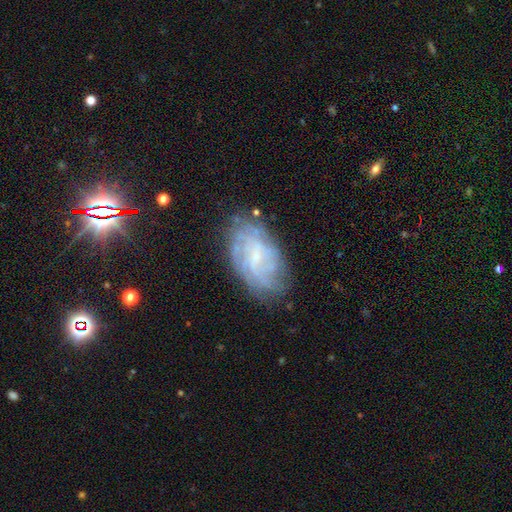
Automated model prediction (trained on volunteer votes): A featured or disk galaxy (70%) with a weak bar (46%), tight (60%) spiral arms (87%) and a small central bulge (62%). Merging: none (72%).